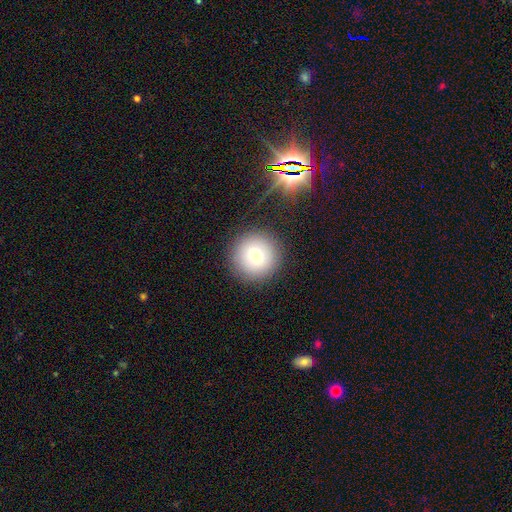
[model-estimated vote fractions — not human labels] Smooth or featured? smooth (75%)
How rounded? round (96%)
Merging? none (89%)